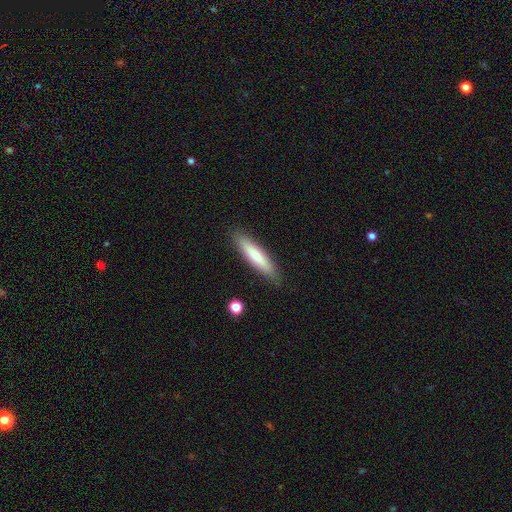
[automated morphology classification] Overall: smooth (74%). How rounded: cigar-shaped (84%). Merging: none (87%).